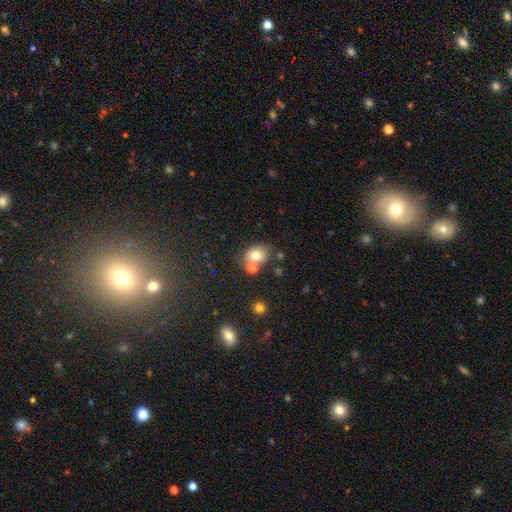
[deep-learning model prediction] Smooth or featured: smooth — 74% (featured or disk — 14%)
How rounded: round — 54% (in between — 45%)
Merging: none — 56% (merger — 26%)